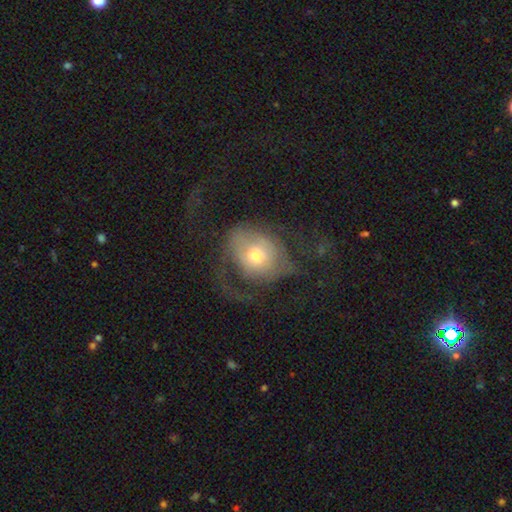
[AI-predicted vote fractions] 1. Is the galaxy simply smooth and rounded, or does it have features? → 49% featured or disk, 43% smooth, 8% star or artifact.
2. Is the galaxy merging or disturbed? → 50% major disturbance, 30% none, 18% minor disturbance, 2% merger.